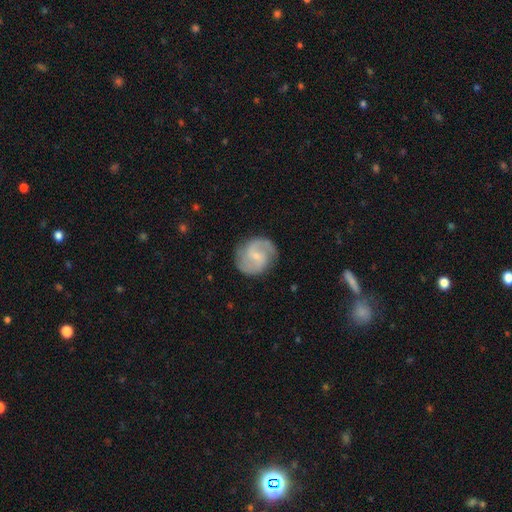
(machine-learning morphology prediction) Smooth or featured?
  - featured or disk: 77% *
  - smooth: 18%
  - star or artifact: 5%
Edge-on disk?
  - no: 98% *
  - yes: 2%
Bar?
  - weak: 53% *
  - no: 32%
  - strong: 15%
Spiral arms?
  - yes: 94% *
  - no: 6%
Spiral winding?
  - medium: 52% *
  - loose: 24%
  - tight: 24%
Spiral arm count?
  - 2: 87% *
  - can't tell: 6%
  - 3: 2%
  - 1: 2%
  - 4: 1%
  - more than 4: 1%
Bulge size?
  - small: 69% *
  - moderate: 23%
  - none: 5%
  - large: 1%
  - dominant: 1%
Merging?
  - none: 79% *
  - minor disturbance: 14%
  - major disturbance: 5%
  - merger: 1%